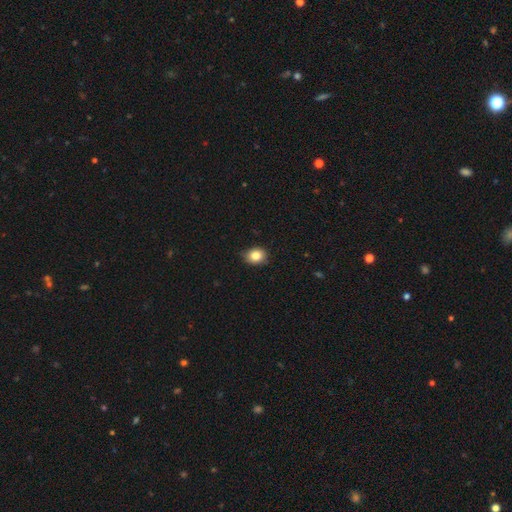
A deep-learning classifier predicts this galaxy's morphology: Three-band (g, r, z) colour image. It shows a smooth galaxy with no disk features (84%) that is round (55%). Merging: none (82%).